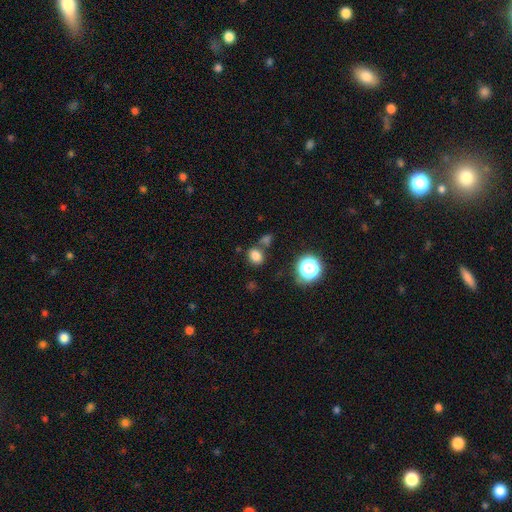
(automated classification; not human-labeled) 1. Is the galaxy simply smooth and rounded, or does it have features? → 78% smooth, 17% star or artifact, 6% featured or disk.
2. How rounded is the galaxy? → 52% in between, 47% round, 1% cigar-shaped.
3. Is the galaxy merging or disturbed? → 69% none, 16% merger, 12% minor disturbance, 4% major disturbance.